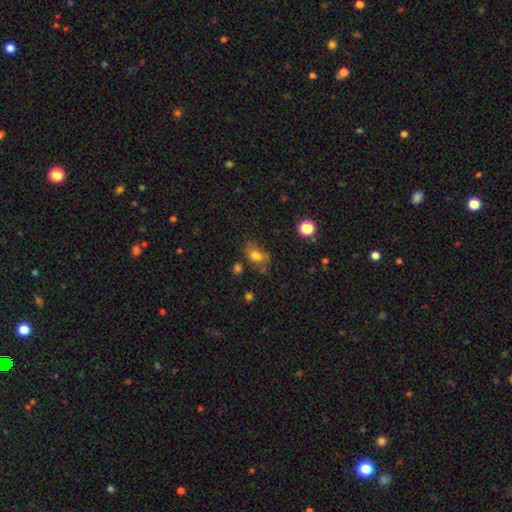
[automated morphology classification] Smooth or featured: smooth — 72% (featured or disk — 16%)
How rounded: in between — 75% (round — 23%)
Merging: none — 54% (minor disturbance — 26%)